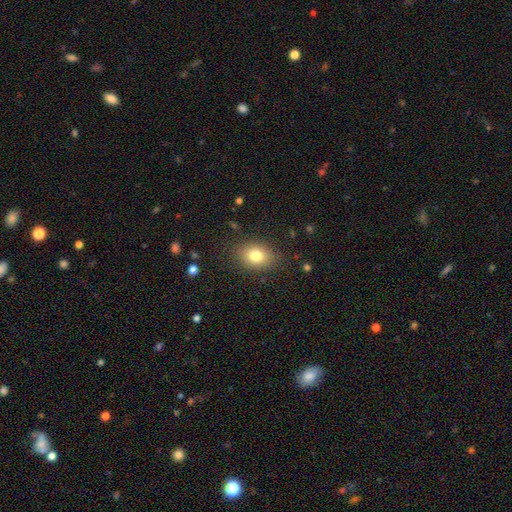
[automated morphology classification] The model was most divided on "how rounded": in between: 68%, round: 31%, cigar-shaped: 1%. More confident: merging — none (84%); smooth or featured — smooth (79%).